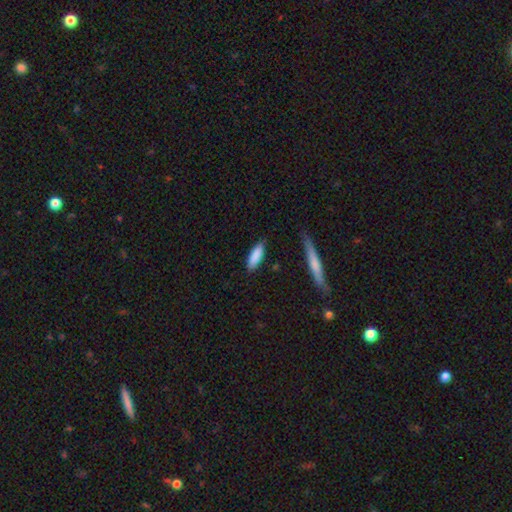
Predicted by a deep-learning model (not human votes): smooth 87%, featured or disk 8%, star or artifact 6%. Down the decision tree: how rounded — in between (57%); merging — none (81%).